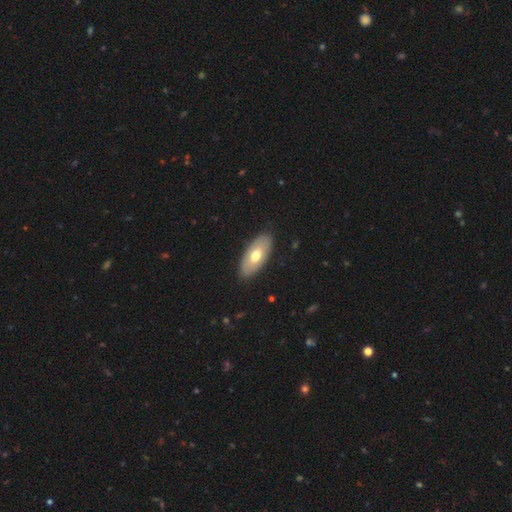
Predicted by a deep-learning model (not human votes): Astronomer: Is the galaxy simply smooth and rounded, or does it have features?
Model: smooth — 56% (runner-up: featured or disk, 39%).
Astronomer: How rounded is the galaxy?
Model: in between — 90%.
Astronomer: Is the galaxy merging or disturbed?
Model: none — 86%.